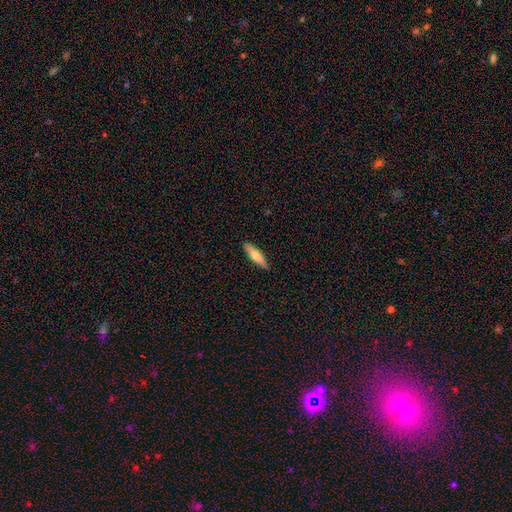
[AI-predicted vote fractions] Smooth or featured? Predicted: smooth (p=0.65). How rounded? Predicted: cigar-shaped (p=0.74). Merging? Predicted: none (p=0.89).